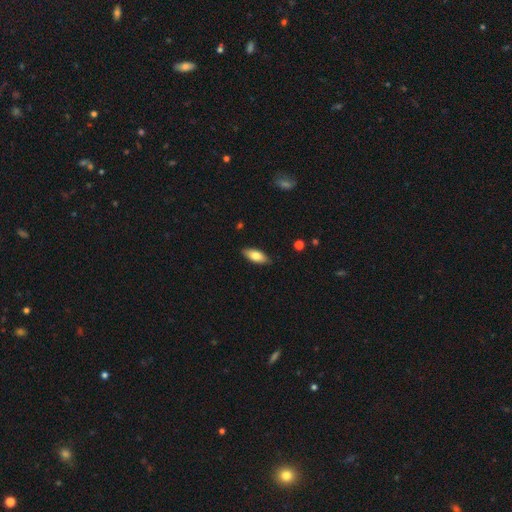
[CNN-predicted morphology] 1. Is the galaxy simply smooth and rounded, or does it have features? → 78% smooth, 16% featured or disk, 6% star or artifact.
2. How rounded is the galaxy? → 83% in between, 15% cigar-shaped, 2% round.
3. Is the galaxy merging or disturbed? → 87% none, 10% minor disturbance, 2% major disturbance, 1% merger.